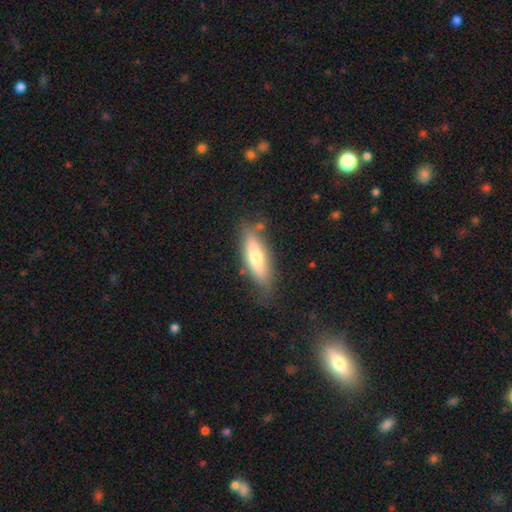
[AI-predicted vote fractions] Smooth or featured: smooth — 61% (featured or disk — 32%)
How rounded: cigar-shaped — 51% (in between — 47%)
Merging: none — 75% (minor disturbance — 17%)